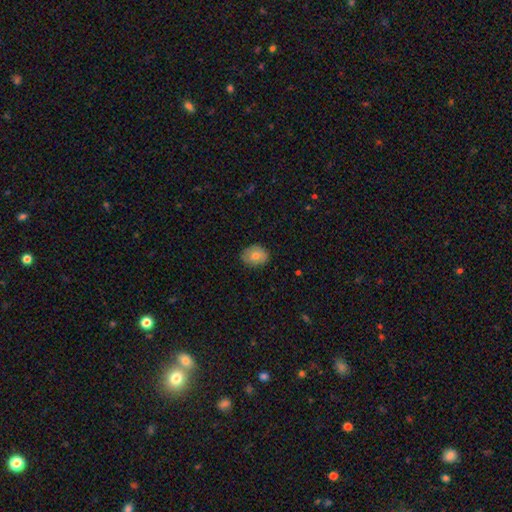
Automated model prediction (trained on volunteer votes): Smooth or featured? Predicted: smooth (p=0.74). How rounded? Predicted: round (p=0.53). Merging? Predicted: none (p=0.82).